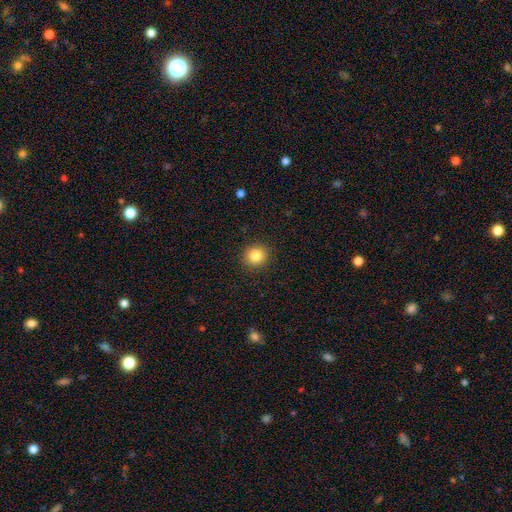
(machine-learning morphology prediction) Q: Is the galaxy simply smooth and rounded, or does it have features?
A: smooth — 85%.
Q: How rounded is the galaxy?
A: round — 87%.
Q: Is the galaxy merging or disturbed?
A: none — 91%.